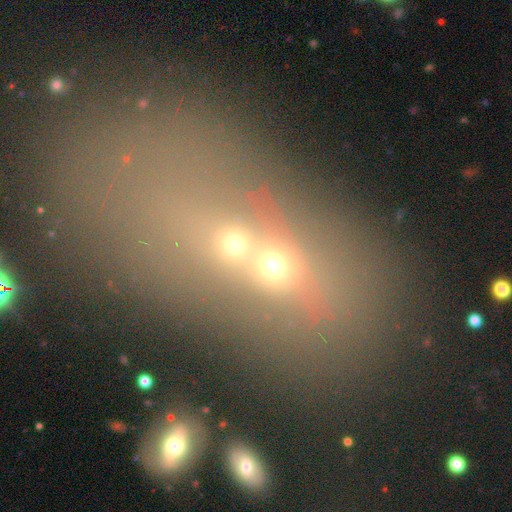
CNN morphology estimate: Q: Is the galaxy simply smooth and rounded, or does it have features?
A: smooth — 39%.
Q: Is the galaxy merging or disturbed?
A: merger — 62%.